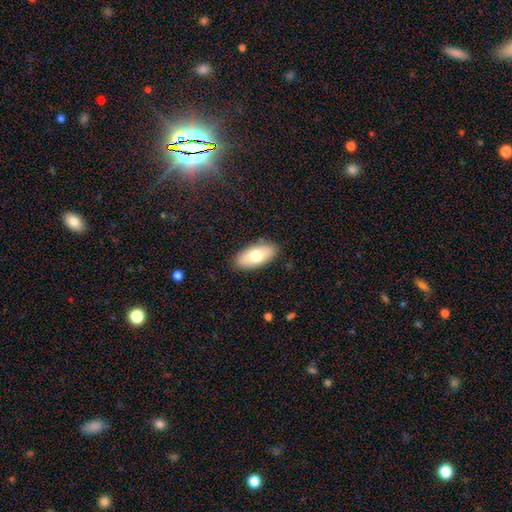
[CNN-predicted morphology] smooth_or_featured: smooth (p=0.72) [alt: featured or disk p=0.22]
how_rounded: in between (p=0.92) [alt: cigar-shaped p=0.06]
merging: none (p=0.88) [alt: minor disturbance p=0.09]